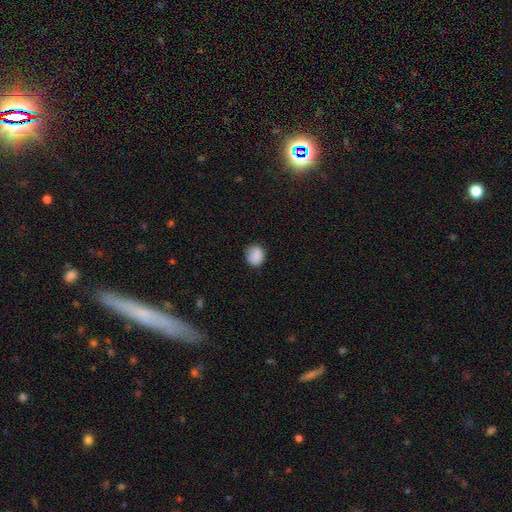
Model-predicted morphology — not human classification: The model was most divided on "how rounded": round: 73%, in between: 26%, cigar-shaped: 1%. More confident: smooth or featured — smooth (87%); merging — none (77%).